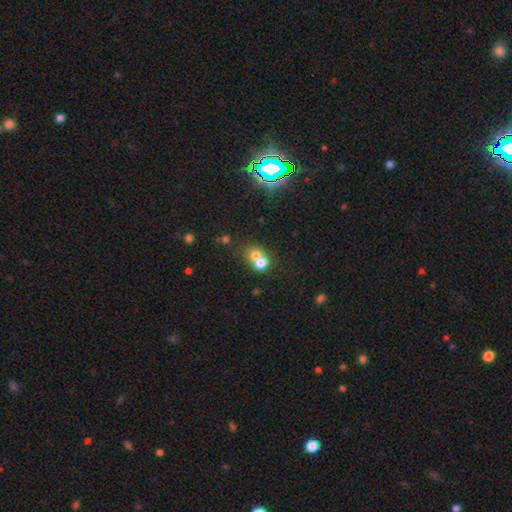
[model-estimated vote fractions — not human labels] Smooth or featured?
  - smooth: 69% *
  - featured or disk: 17%
  - star or artifact: 14%
How rounded?
  - round: 73% *
  - in between: 26%
  - cigar-shaped: 1%
Merging?
  - merger: 65% *
  - none: 27%
  - minor disturbance: 5%
  - major disturbance: 3%